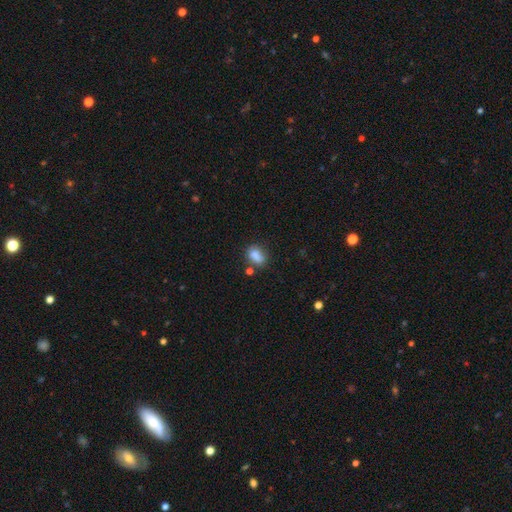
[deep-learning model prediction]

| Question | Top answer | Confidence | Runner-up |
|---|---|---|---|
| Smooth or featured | smooth | 83% | star or artifact (10%) |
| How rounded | in between | 75% | round (22%) |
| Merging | none | 60% | minor disturbance (22%) |